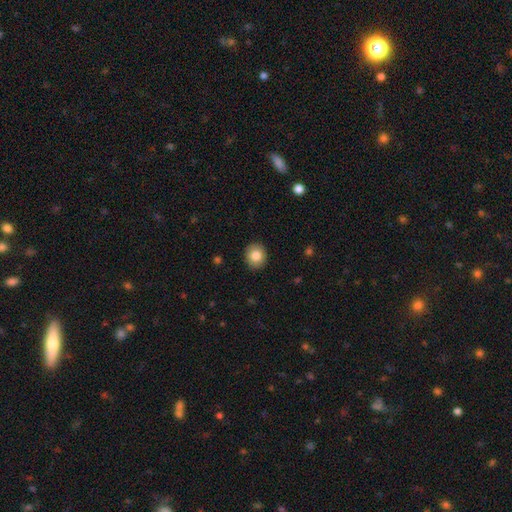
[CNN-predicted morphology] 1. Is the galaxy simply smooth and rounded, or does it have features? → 84% smooth, 8% star or artifact, 8% featured or disk.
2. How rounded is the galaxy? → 76% round, 23% in between, 1% cigar-shaped.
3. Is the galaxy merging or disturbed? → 91% none, 7% minor disturbance, 2% major disturbance, 1% merger.